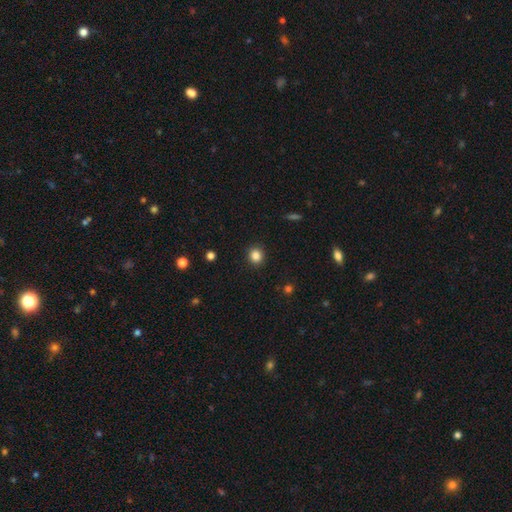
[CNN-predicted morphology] smooth-or-featured: smooth: 84% | star or artifact: 12% | featured or disk: 5%
  how-rounded: round: 85% | in between: 14% | cigar-shaped: 1%
  merging: none: 92% | minor disturbance: 6% | major disturbance: 2% | merger: 1%